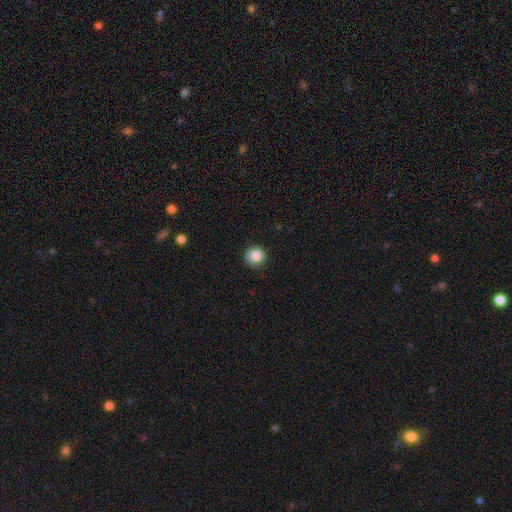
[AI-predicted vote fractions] smooth-or-featured: smooth: 87% | star or artifact: 9% | featured or disk: 4%
  how-rounded: round: 93% | in between: 6% | cigar-shaped: 1%
  merging: none: 86% | minor disturbance: 11% | major disturbance: 2% | merger: 1%